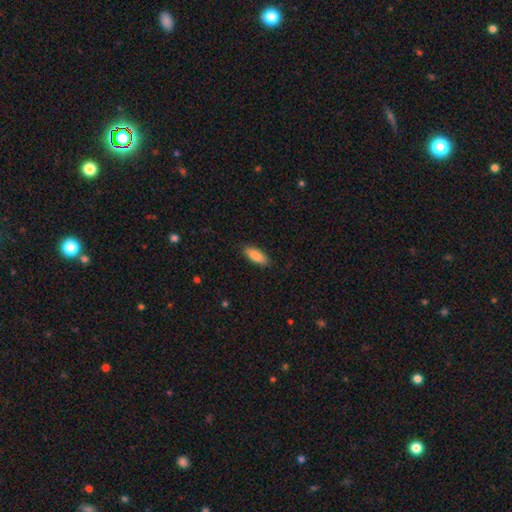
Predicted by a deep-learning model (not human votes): A smooth galaxy with no disk features (85%) that is in between round and cigar-shaped (68%).

Vote fractions:
- Smooth or featured? smooth: 85% / featured or disk: 9% / star or artifact: 6%
- How rounded? in between: 68% / cigar-shaped: 30% / round: 2%
- Merging? none: 88% / minor disturbance: 9% / major disturbance: 2% / merger: 1%